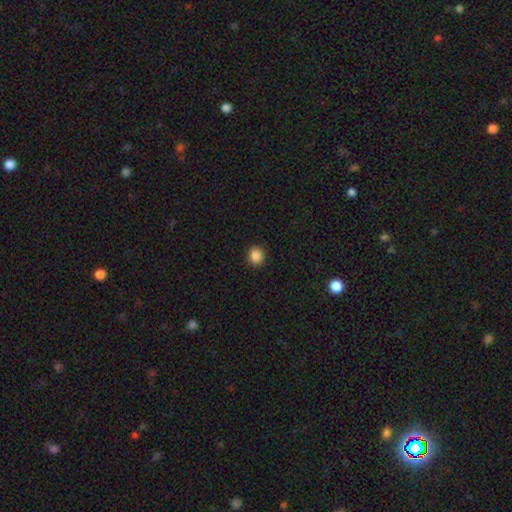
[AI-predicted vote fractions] A smooth galaxy with no disk features (87%) that is round (80%).

Vote fractions:
- Smooth or featured? smooth: 87% / star or artifact: 10% / featured or disk: 3%
- How rounded? round: 80% / in between: 19% / cigar-shaped: 1%
- Merging? none: 91% / minor disturbance: 6% / major disturbance: 2% / merger: 1%